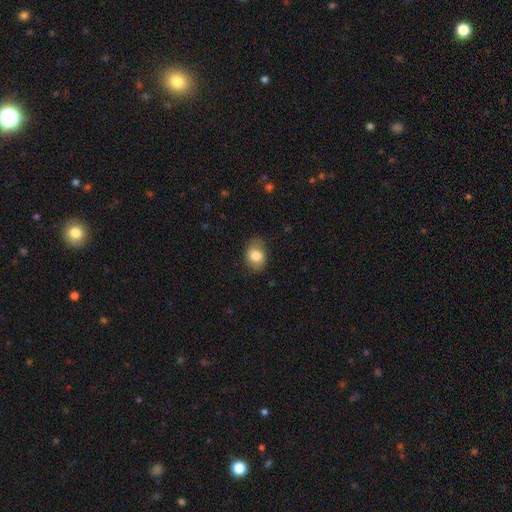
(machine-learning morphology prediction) type=smooth (80%); roundness=in between (72%); merging=none (75%).